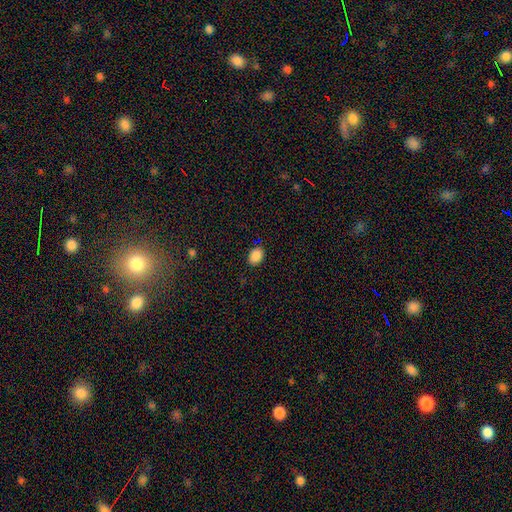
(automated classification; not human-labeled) This appears to be a smooth galaxy with no disk features (88%) that is in between round and cigar-shaped (73%). Merging: none (87%).